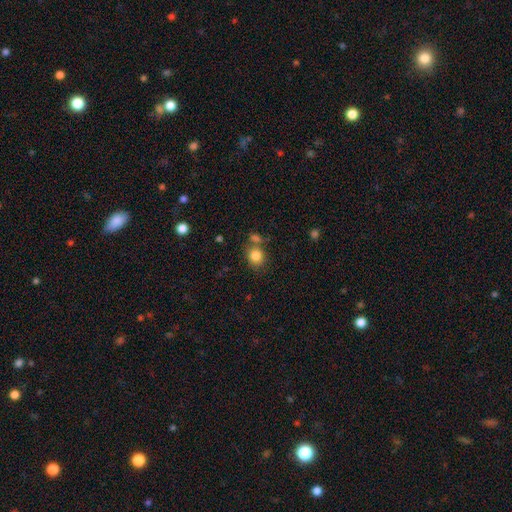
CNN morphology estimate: Smooth or featured? smooth (83%)
How rounded? round (78%)
Merging? none (66%)